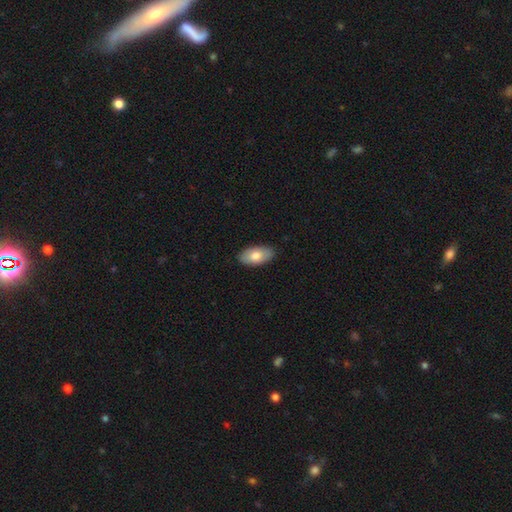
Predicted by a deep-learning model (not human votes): The model was most divided on "smooth or featured": smooth: 75%, featured or disk: 19%, star or artifact: 6%. More confident: how rounded — in between (95%); merging — none (87%).